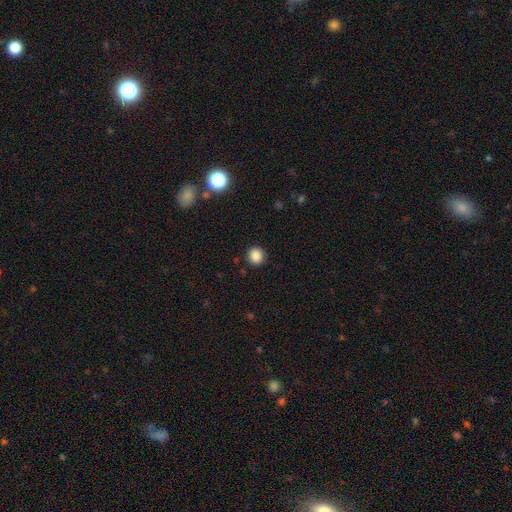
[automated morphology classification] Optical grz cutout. It shows a smooth galaxy with no disk features (86%) that is round (90%). Merging: none (90%).